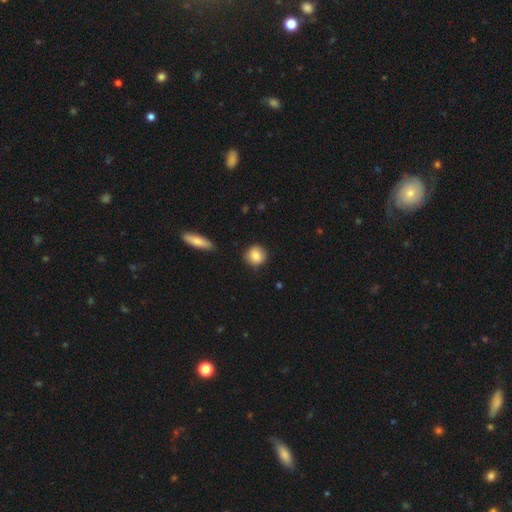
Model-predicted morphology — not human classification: smooth 85%, star or artifact 8%, featured or disk 7%. Down the decision tree: how rounded — round (88%); merging — none (87%).